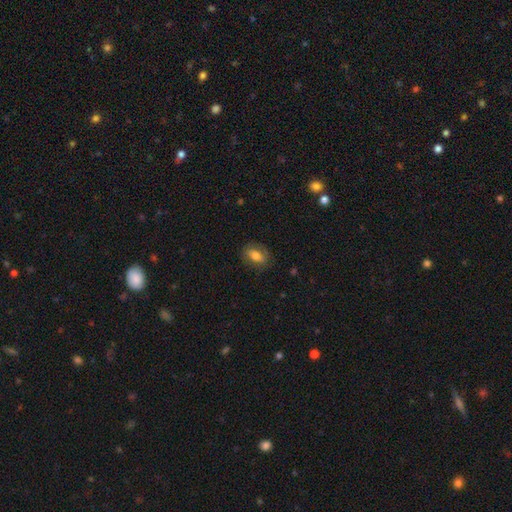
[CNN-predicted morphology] A smooth galaxy with no disk features (67%) that is in between round and cigar-shaped (81%). Merging: none (79%).